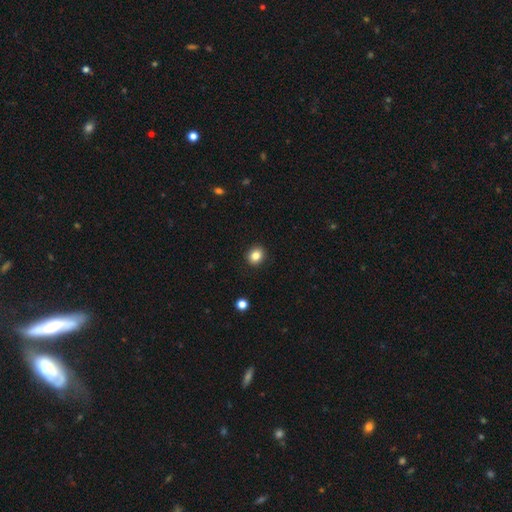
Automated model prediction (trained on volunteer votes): Overall: smooth (85%). How rounded: round (71%). Merging: none (92%).